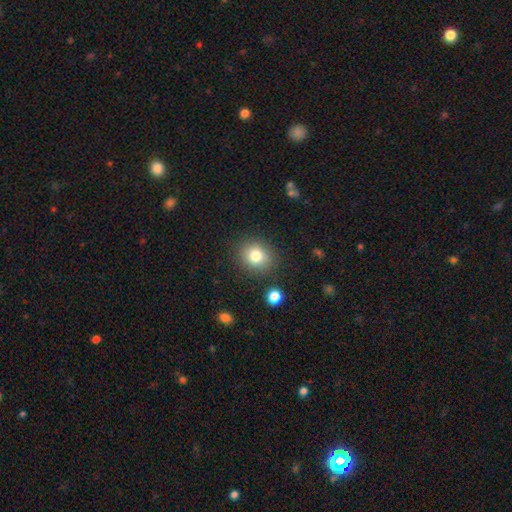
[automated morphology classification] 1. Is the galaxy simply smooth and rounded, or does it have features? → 80% smooth, 11% star or artifact, 9% featured or disk.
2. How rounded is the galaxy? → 76% round, 23% in between, 1% cigar-shaped.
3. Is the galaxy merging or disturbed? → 86% none, 9% minor disturbance, 3% major disturbance, 2% merger.